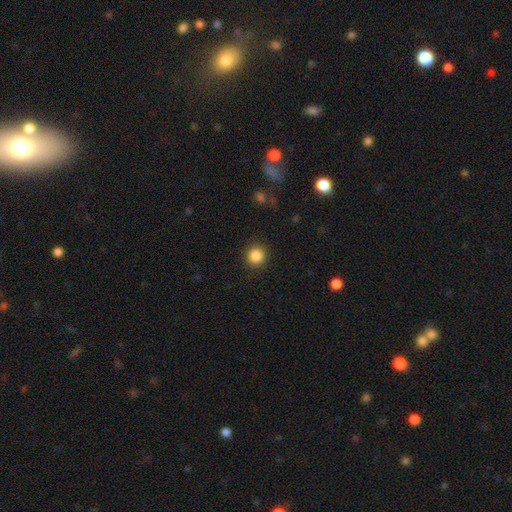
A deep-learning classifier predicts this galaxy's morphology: Smooth or featured? Predicted: smooth (p=0.86). How rounded? Predicted: round (p=0.93). Merging? Predicted: none (p=0.91).